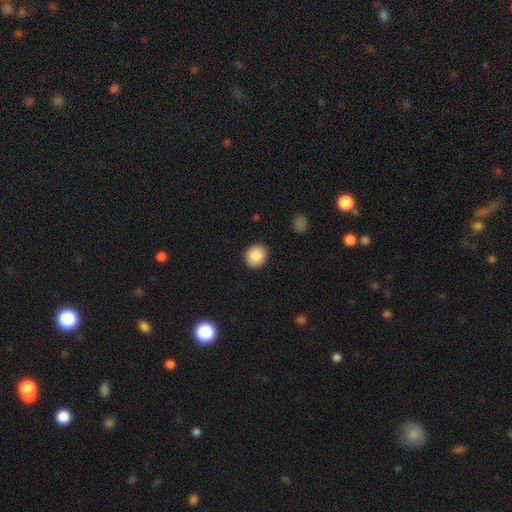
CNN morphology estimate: Smooth or featured: smooth — 88% (star or artifact — 8%)
How rounded: round — 79% (in between — 20%)
Merging: none — 90% (minor disturbance — 7%)